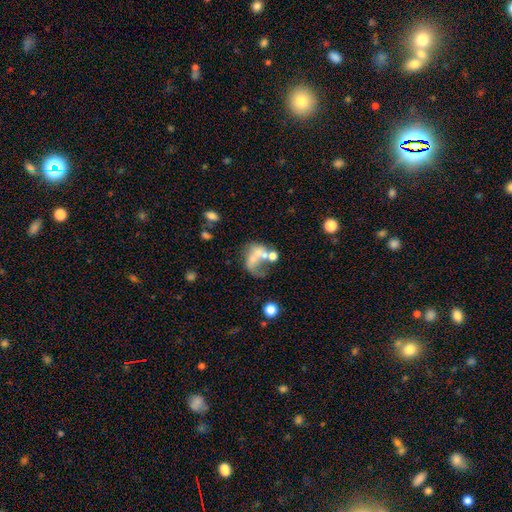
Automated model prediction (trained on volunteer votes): Smooth or featured? Predicted: featured or disk (p=0.49). Merging? Predicted: merger (p=0.42).